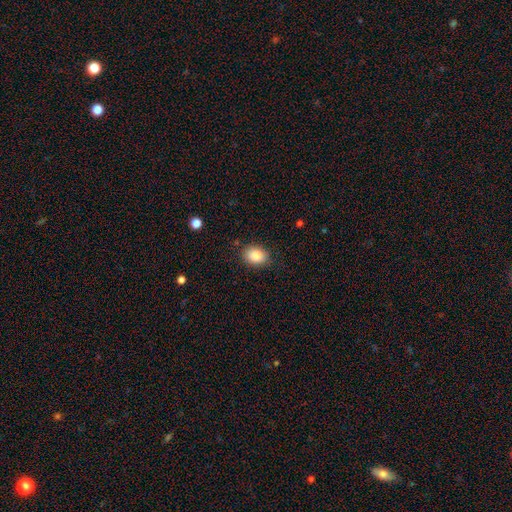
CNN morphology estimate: Smooth or featured: smooth — 87% (star or artifact — 8%)
How rounded: in between — 73% (round — 26%)
Merging: none — 86% (minor disturbance — 10%)